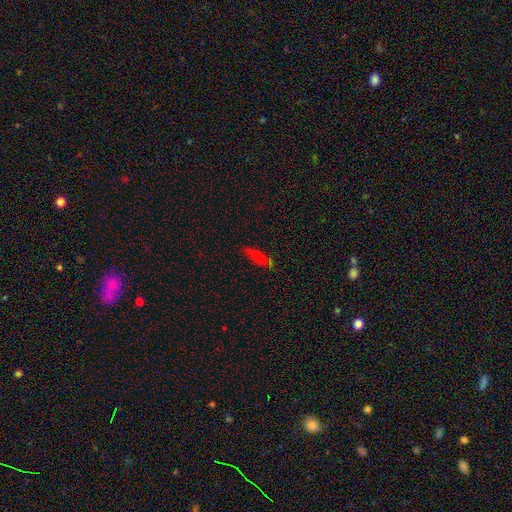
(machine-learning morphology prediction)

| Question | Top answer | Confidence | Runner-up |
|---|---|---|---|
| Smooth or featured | smooth | 63% | featured or disk (19%) |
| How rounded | cigar-shaped | 51% | in between (45%) |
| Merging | none | 70% | minor disturbance (19%) |